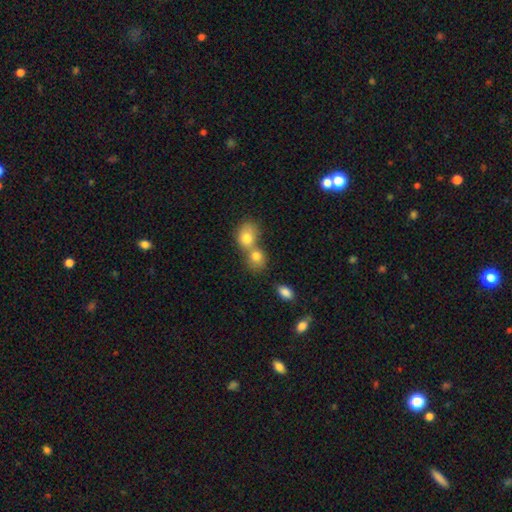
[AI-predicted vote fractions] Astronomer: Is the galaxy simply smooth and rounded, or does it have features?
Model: smooth — 74%.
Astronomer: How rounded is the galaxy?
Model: round — 63%.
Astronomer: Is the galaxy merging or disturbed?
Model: merger — 58% (runner-up: none, 33%).